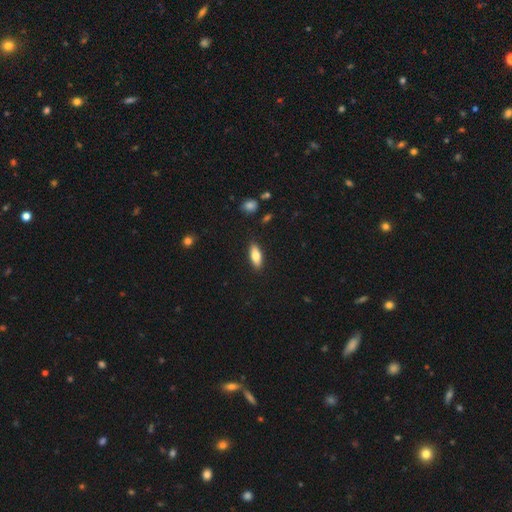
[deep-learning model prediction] smooth 75%, featured or disk 19%, star or artifact 6%. Down the decision tree: how rounded — in between (74%); merging — none (88%).